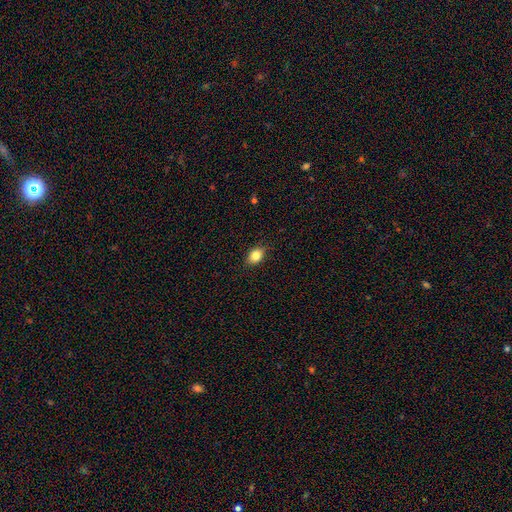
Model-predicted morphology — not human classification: smooth 84%, star or artifact 9%, featured or disk 7%. Down the decision tree: how rounded — in between (71%); merging — none (86%).